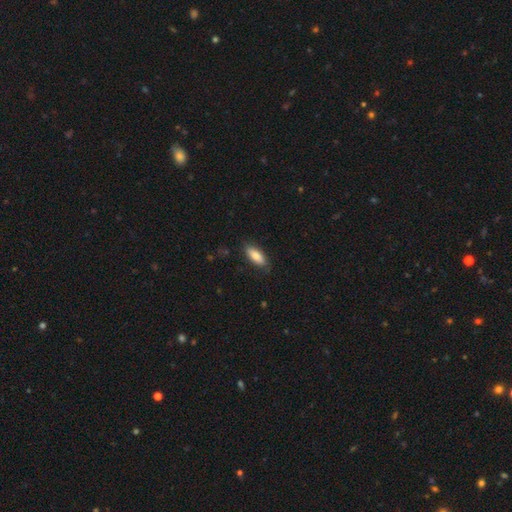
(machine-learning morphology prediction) A smooth galaxy with no disk features (83%) that is in between round and cigar-shaped (76%).

Vote fractions:
- Smooth or featured? smooth: 83% / featured or disk: 11% / star or artifact: 6%
- How rounded? in between: 76% / cigar-shaped: 22% / round: 2%
- Merging? none: 83% / minor disturbance: 13% / major disturbance: 3% / merger: 1%